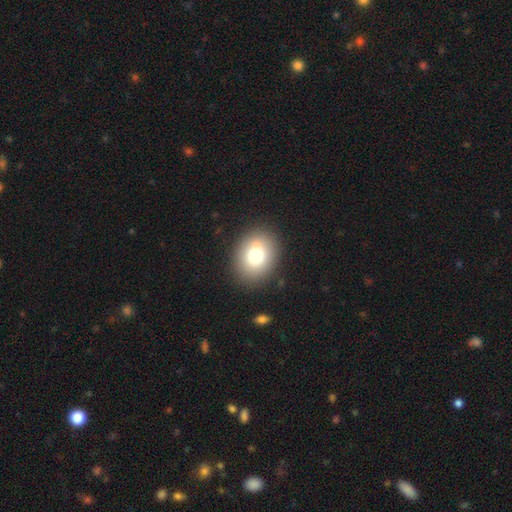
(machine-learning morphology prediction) smooth-or-featured: smooth: 76% | featured or disk: 13% | star or artifact: 11%
  how-rounded: round: 51% | in between: 48% | cigar-shaped: 1%
  merging: none: 87% | minor disturbance: 8% | major disturbance: 3% | merger: 2%